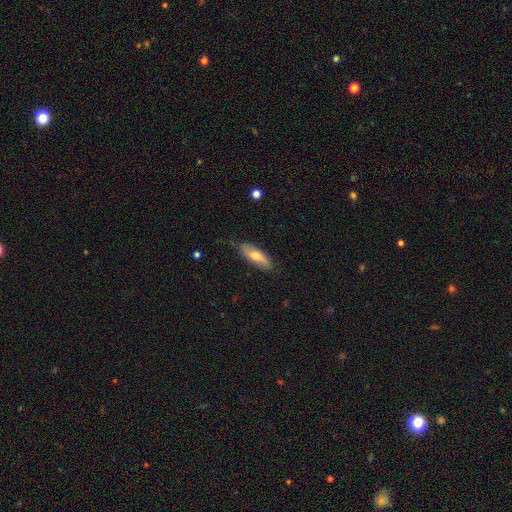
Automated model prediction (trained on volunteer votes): smooth_or_featured: smooth (p=0.58) [alt: featured or disk p=0.36]
how_rounded: in between (p=0.56) [alt: cigar-shaped p=0.42]
merging: none (p=0.80) [alt: minor disturbance p=0.16]